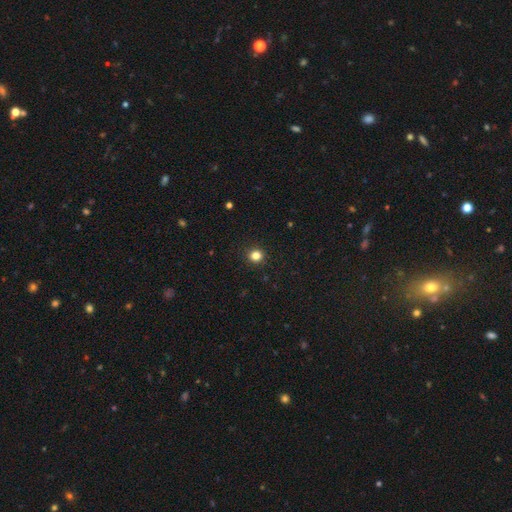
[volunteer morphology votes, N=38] This is clearly a smooth galaxy (87%). How rounded: clearly round (97%). Merging: clearly none (100%).